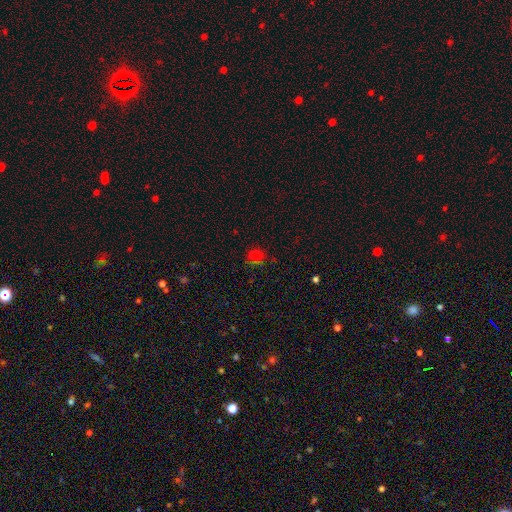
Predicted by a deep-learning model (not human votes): Smooth or featured? smooth (62%)
How rounded? round (81%)
Merging? none (77%)